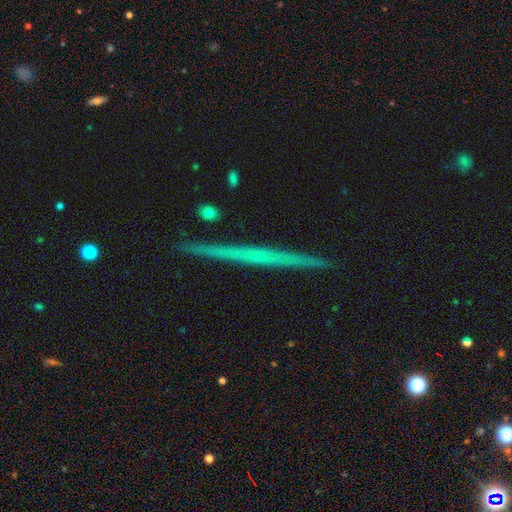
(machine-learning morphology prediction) A featured or disk galaxy (60%) viewed edge-on (98%) with no central bulge (89%).

Vote fractions:
- Smooth or featured? featured or disk: 60% / smooth: 31% / star or artifact: 8%
- Edge-on disk? yes: 98% / no: 2%
- Edge-on bulge? none: 89% / rounded: 7% / boxy: 4%
- Merging? none: 92% / minor disturbance: 6% / major disturbance: 1% / merger: 1%